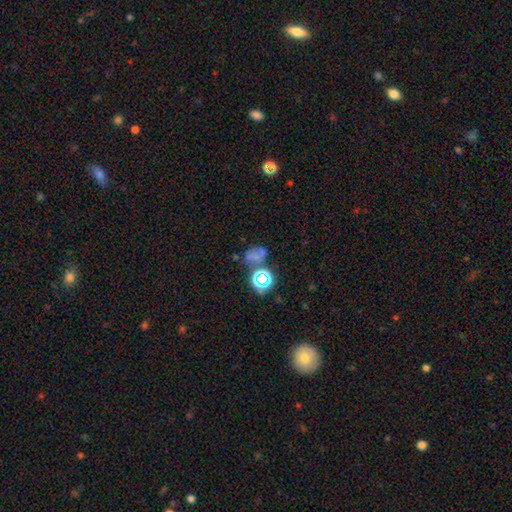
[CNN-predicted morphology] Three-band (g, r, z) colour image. It shows a smooth galaxy with no disk features (50%). Merging: none (40%).